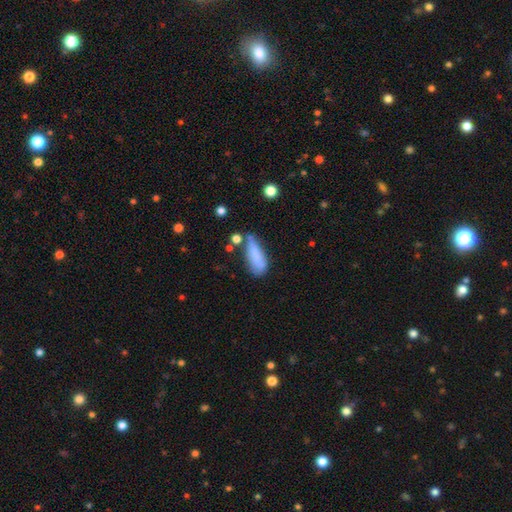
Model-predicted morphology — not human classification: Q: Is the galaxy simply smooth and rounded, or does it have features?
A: smooth — 77%.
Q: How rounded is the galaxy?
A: in between — 62%.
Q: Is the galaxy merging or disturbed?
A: none — 44%.